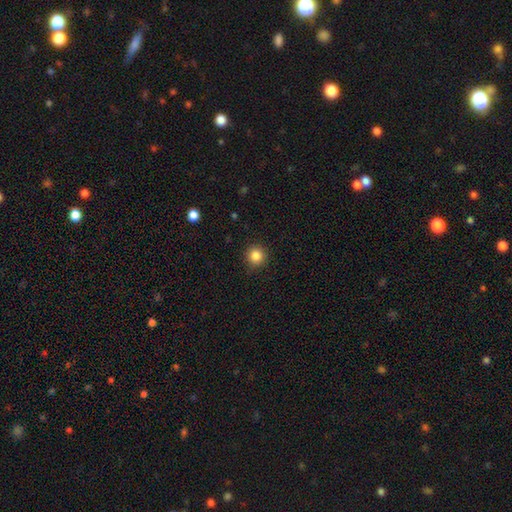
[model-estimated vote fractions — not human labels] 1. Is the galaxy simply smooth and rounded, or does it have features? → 84% smooth, 11% star or artifact, 5% featured or disk.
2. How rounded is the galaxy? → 94% round, 5% in between, 1% cigar-shaped.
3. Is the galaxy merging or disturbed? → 91% none, 6% minor disturbance, 2% major disturbance, 1% merger.